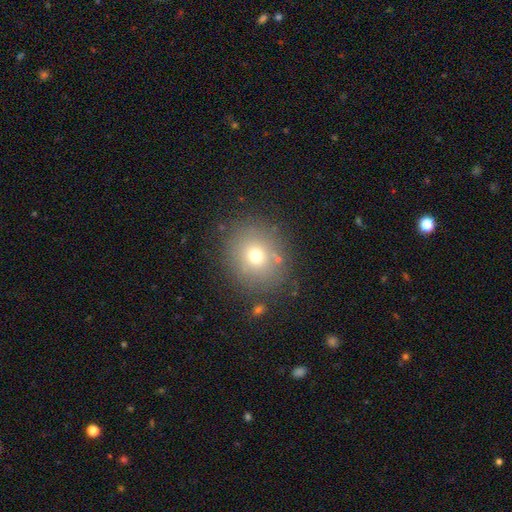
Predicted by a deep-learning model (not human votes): smooth-or-featured: smooth: 69% | star or artifact: 16% | featured or disk: 15%
  how-rounded: round: 79% | in between: 20% | cigar-shaped: 1%
  merging: none: 83% | minor disturbance: 10% | major disturbance: 5% | merger: 3%